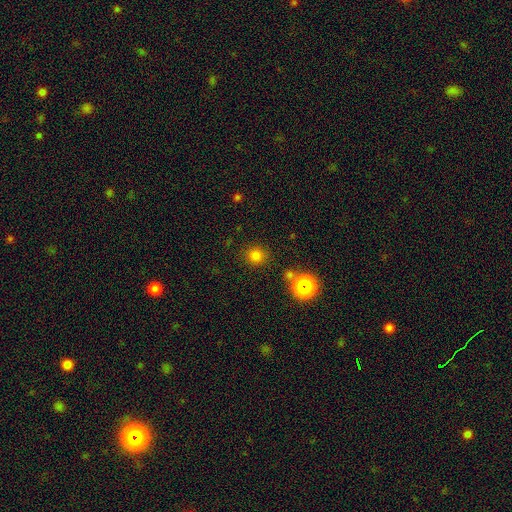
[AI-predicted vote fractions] Morphology: type=smooth (77%); roundness=round (91%); merging=none (87%).